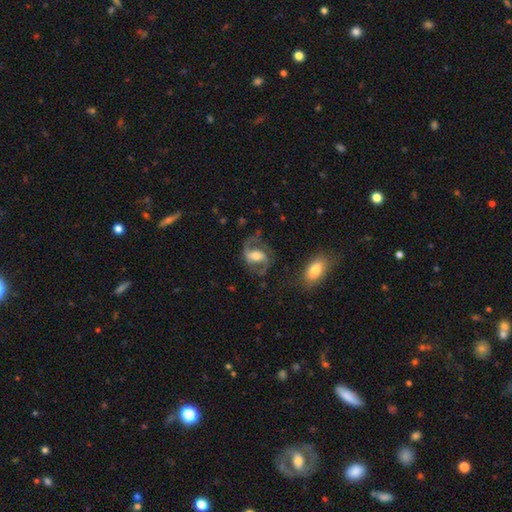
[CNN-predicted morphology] A featured or disk galaxy (80%) with a weak bar (41%), 2 (88%) medium (50%) spiral arms (92%) and a moderate central bulge (59%). Merging: none (62%).